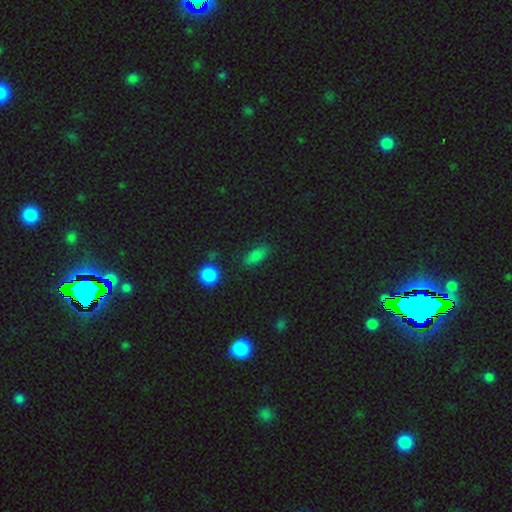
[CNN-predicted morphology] A smooth galaxy with no disk features (78%) that is in between round and cigar-shaped (78%). Merging: none (79%).